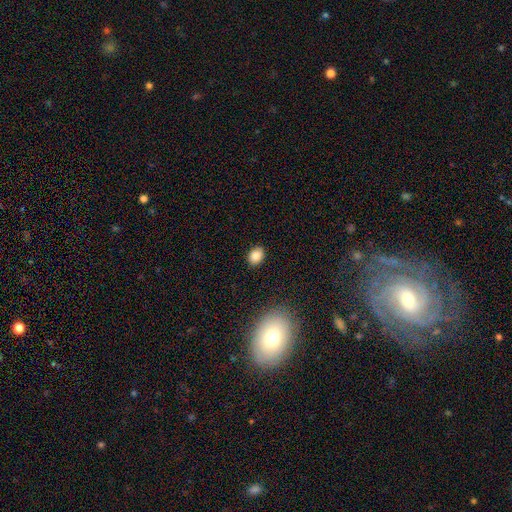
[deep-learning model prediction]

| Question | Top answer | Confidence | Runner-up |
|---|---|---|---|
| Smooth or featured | smooth | 85% | star or artifact (9%) |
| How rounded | in between | 69% | round (30%) |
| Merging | none | 89% | minor disturbance (8%) |